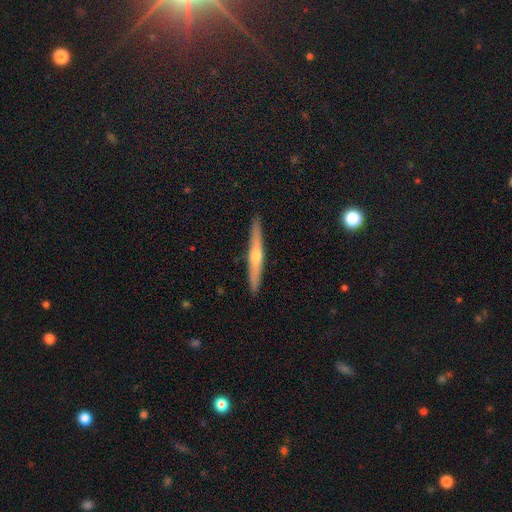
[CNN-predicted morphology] The model was most divided on "smooth or featured": featured or disk: 68%, smooth: 26%, star or artifact: 6%. More confident: edge-on disk — yes (97%); merging — none (91%); edge-on bulge — rounded (87%).